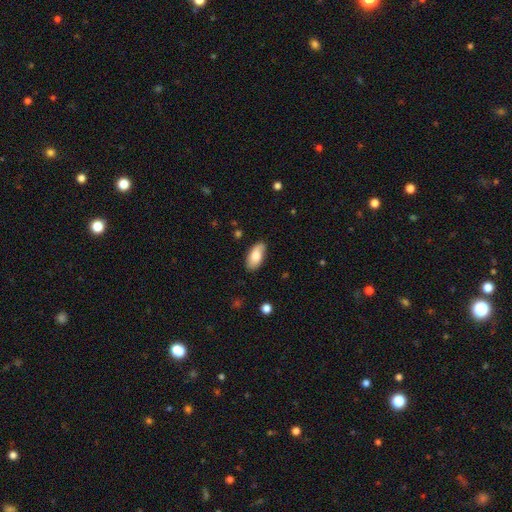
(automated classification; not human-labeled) Smooth or featured: smooth — 79% (featured or disk — 15%)
How rounded: in between — 92% (cigar-shaped — 6%)
Merging: none — 82% (minor disturbance — 15%)